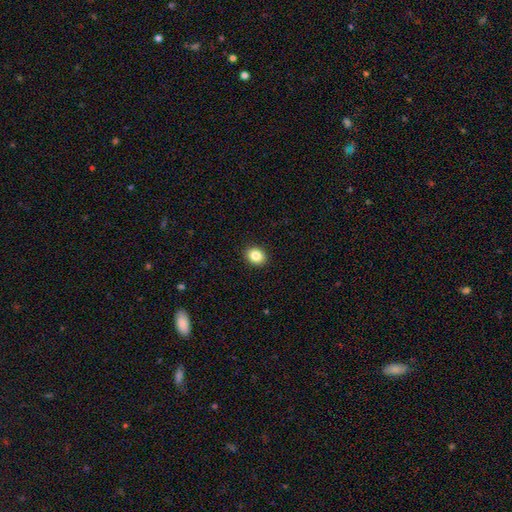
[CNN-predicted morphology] smooth 85%, star or artifact 9%, featured or disk 5%. Down the decision tree: how rounded — round (57%); merging — none (92%).